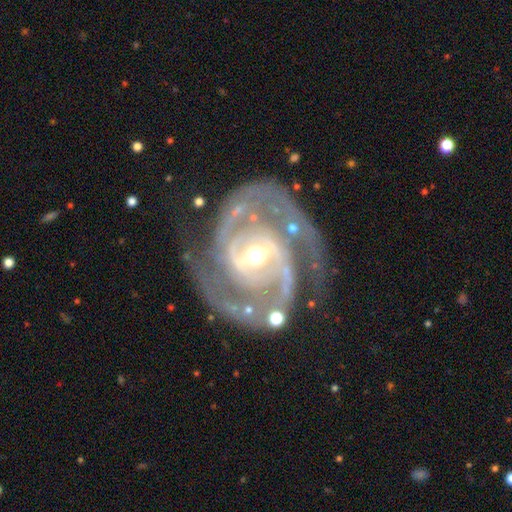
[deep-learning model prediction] featured or disk 92%, star or artifact 4%, smooth 4%. Down the decision tree: edge-on disk — no (97%); bar — weak (39%); spiral arms — yes (96%); spiral arm count — 2 (83%); spiral winding — medium (50%); bulge size — moderate (65%); merging — none (66%).